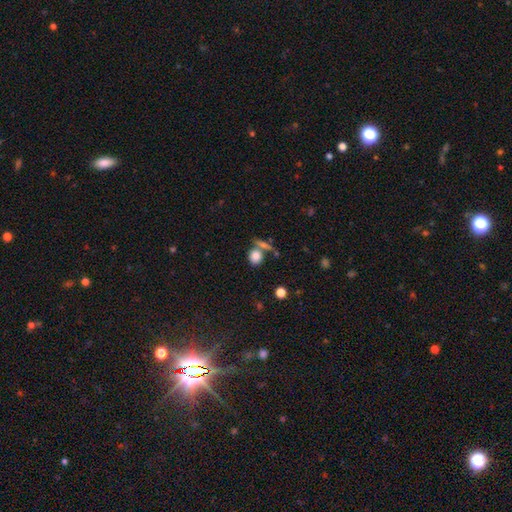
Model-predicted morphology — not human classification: This appears to be a smooth galaxy with no disk features (83%) that is round (71%). Merging: none (63%).